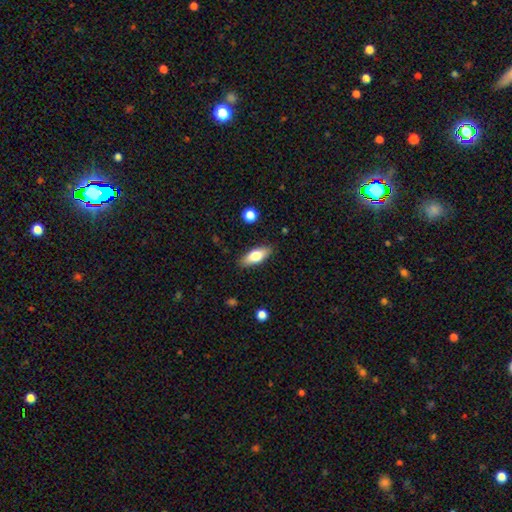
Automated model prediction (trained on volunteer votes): smooth-or-featured: smooth: 71% | featured or disk: 22% | star or artifact: 7%
  how-rounded: in between: 75% | cigar-shaped: 22% | round: 3%
  merging: none: 87% | minor disturbance: 10% | major disturbance: 2% | merger: 1%